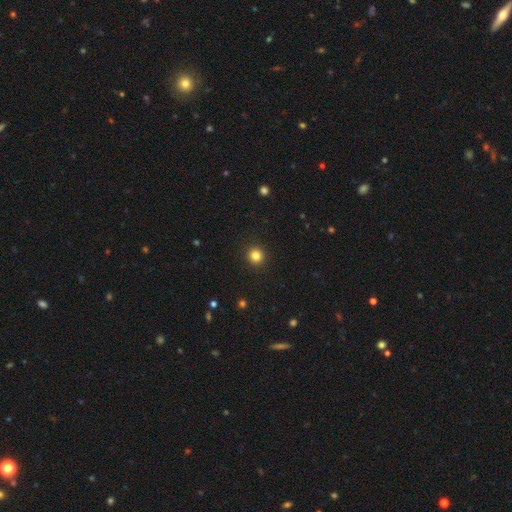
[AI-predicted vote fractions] Smooth or featured? Predicted: smooth (p=0.83). How rounded? Predicted: round (p=0.94). Merging? Predicted: none (p=0.93).